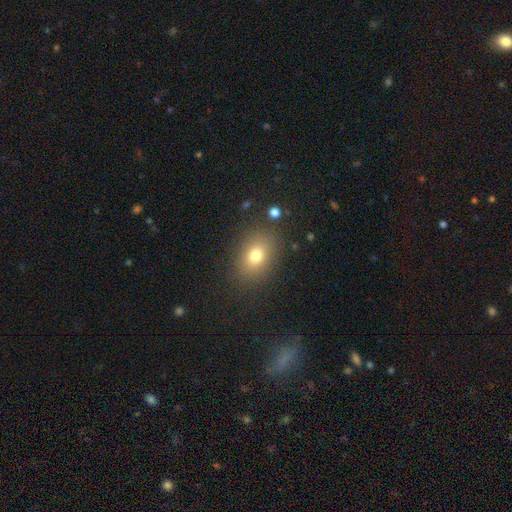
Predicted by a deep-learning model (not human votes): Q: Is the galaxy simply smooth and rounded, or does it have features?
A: smooth — 77%.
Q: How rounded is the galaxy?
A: in between — 69%.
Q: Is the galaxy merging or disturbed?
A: none — 83%.